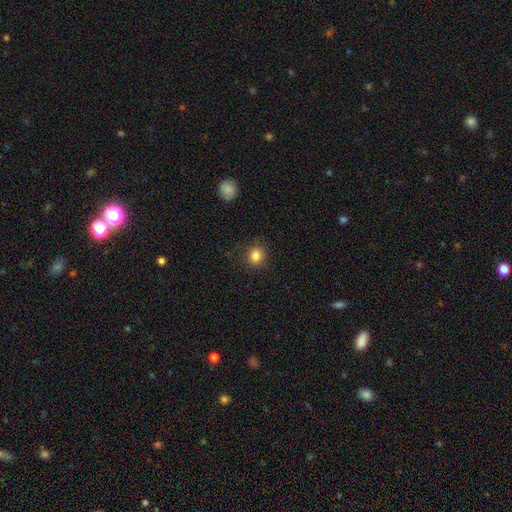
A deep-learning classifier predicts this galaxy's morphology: smooth 84%, star or artifact 11%, featured or disk 5%. Down the decision tree: how rounded — round (86%); merging — none (87%).